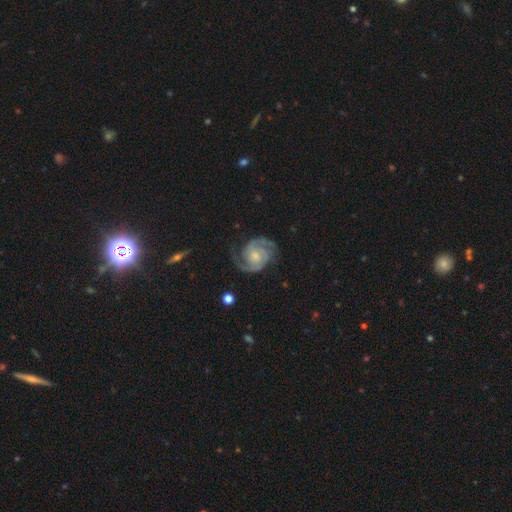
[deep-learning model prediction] Smooth or featured? Predicted: featured or disk (p=0.91). Edge-on disk? Predicted: no (p=0.98). Bar? Predicted: no (p=0.67). Spiral arms? Predicted: yes (p=0.98). Spiral winding? Predicted: medium (p=0.47). Spiral arm count? Predicted: 2 (p=0.84). Bulge size? Predicted: small (p=0.49). Merging? Predicted: none (p=0.76).